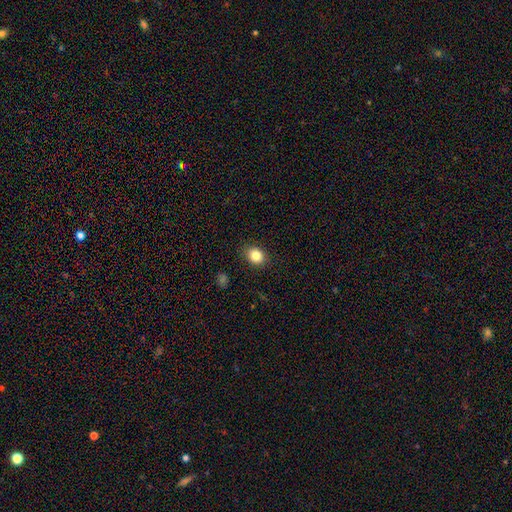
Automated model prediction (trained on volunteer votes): Smooth or featured?
  - smooth: 84% *
  - star or artifact: 10%
  - featured or disk: 6%
How rounded?
  - round: 50% *
  - in between: 49%
  - cigar-shaped: 1%
Merging?
  - none: 88% *
  - minor disturbance: 9%
  - major disturbance: 2%
  - merger: 1%